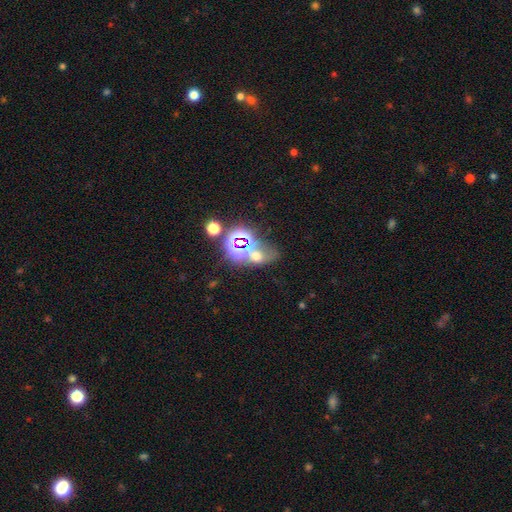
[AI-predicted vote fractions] The model was most divided on "smooth or featured": smooth: 44%, star or artifact: 41%, featured or disk: 15%. Remaining: merging — none (48%).